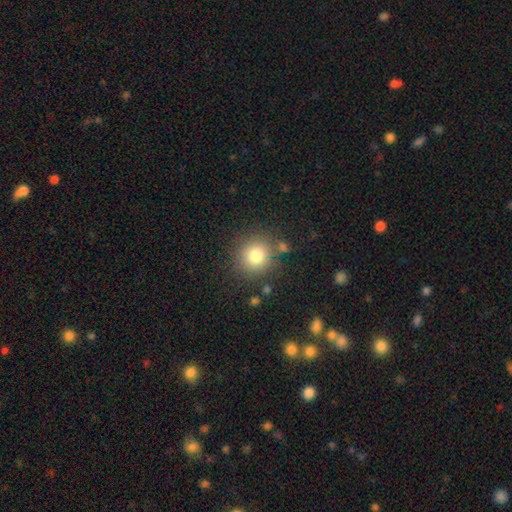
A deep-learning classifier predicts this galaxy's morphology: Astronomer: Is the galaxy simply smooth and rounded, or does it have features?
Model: smooth — 80%.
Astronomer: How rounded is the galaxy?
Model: round — 90%.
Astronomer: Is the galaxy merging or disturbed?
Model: none — 81%.